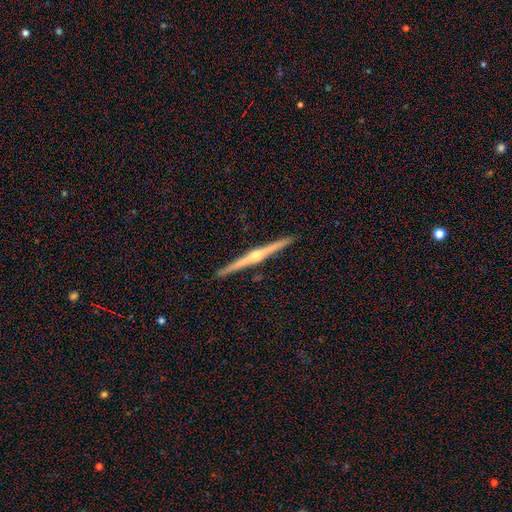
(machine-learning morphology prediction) A featured or disk galaxy (84%) viewed edge-on (99%) with a rounded central bulge (91%). Merging: none (93%).